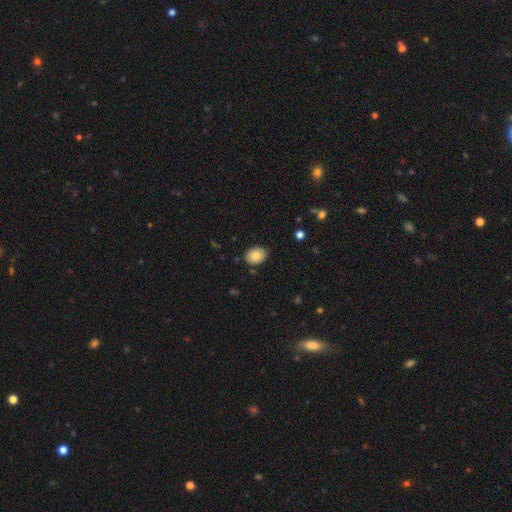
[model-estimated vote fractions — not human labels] smooth_or_featured: smooth (p=0.83) [alt: featured or disk p=0.10]
how_rounded: in between (p=0.74) [alt: round p=0.25]
merging: none (p=0.86) [alt: minor disturbance p=0.11]